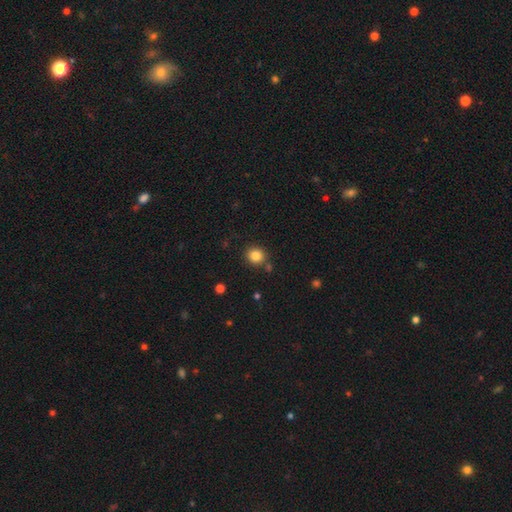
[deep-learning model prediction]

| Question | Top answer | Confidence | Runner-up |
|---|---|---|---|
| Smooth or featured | smooth | 84% | star or artifact (11%) |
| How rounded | round | 87% | in between (12%) |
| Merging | none | 82% | minor disturbance (9%) |